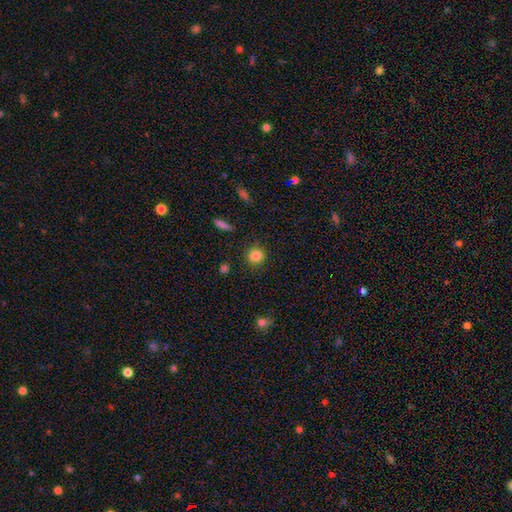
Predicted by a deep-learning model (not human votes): The model was most divided on "smooth or featured": smooth: 84%, star or artifact: 11%, featured or disk: 5%. More confident: how rounded — round (91%); merging — none (89%).